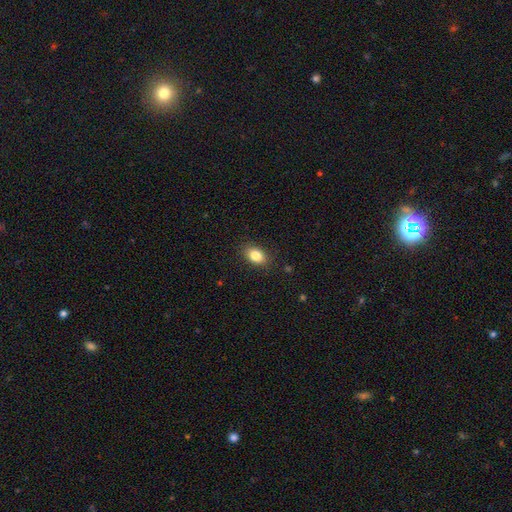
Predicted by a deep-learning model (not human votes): Q: Smooth or featured?
A: smooth (84%); runner-up: star or artifact (9%)
Q: How rounded?
A: in between (81%); runner-up: round (18%)
Q: Merging?
A: none (87%); runner-up: minor disturbance (10%)